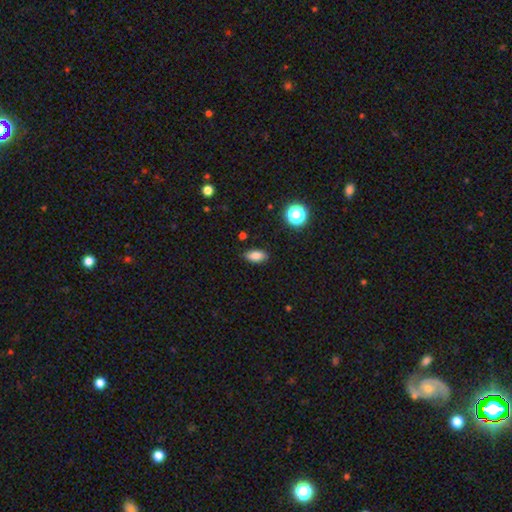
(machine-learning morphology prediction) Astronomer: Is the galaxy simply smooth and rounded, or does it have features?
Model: smooth — 83%.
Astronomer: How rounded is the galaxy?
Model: in between — 86%.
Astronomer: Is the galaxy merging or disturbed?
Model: none — 86%.